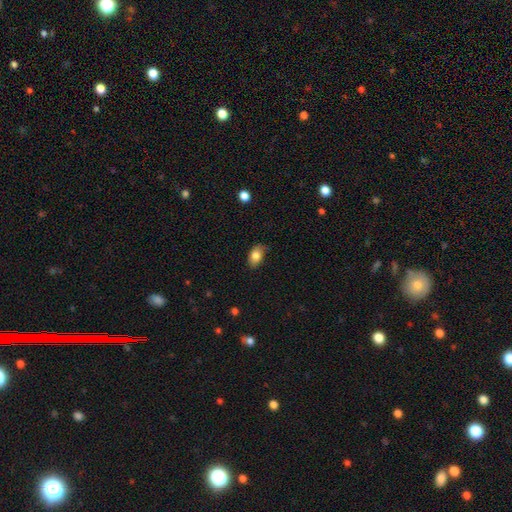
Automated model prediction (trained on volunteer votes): The model was most divided on "merging": none: 74%, minor disturbance: 21%, major disturbance: 4%, merger: 1%. More confident: how rounded — in between (87%); smooth or featured — smooth (81%).